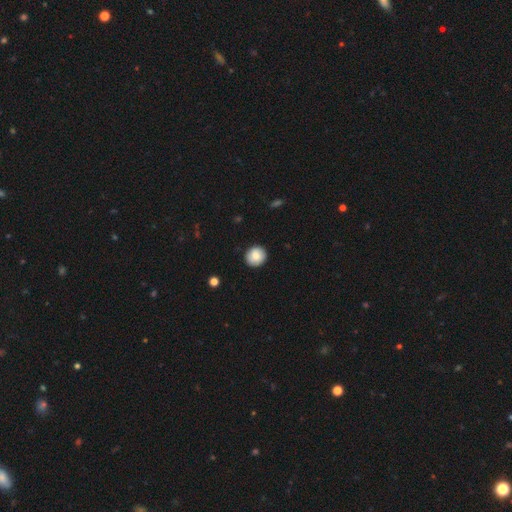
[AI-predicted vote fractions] Morphology: type=smooth (81%); roundness=round (91%); merging=none (88%).